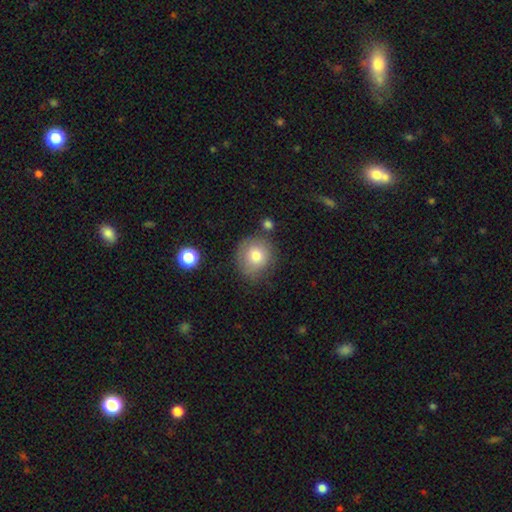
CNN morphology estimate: Smooth or featured? smooth (77%)
How rounded? round (87%)
Merging? none (70%)